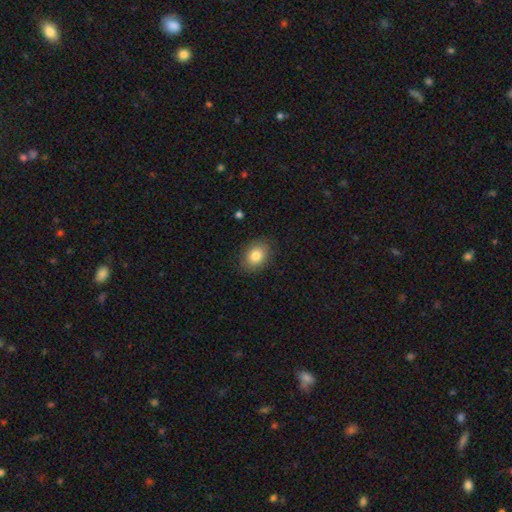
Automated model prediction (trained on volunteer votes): smooth 82%, featured or disk 9%, star or artifact 9%. Down the decision tree: how rounded — in between (69%); merging — none (86%).